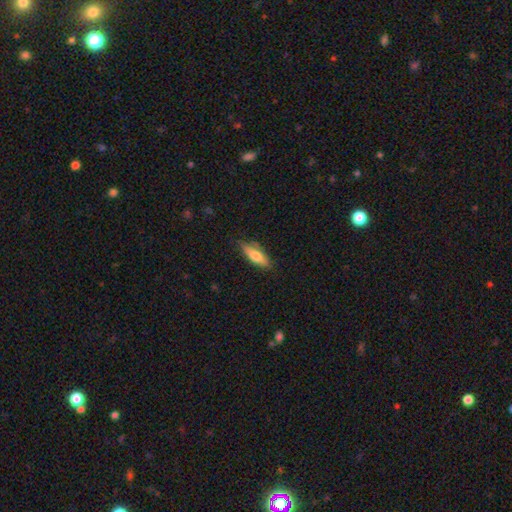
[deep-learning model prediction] smooth_or_featured: smooth (p=0.71) [alt: featured or disk p=0.23]
how_rounded: in between (p=0.53) [alt: cigar-shaped p=0.45]
merging: none (p=0.77) [alt: minor disturbance p=0.18]